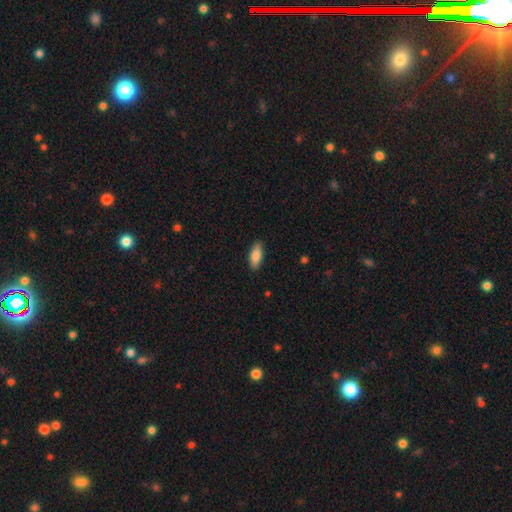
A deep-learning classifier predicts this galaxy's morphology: Overall: smooth (85%). How rounded: in between (83%). Merging: none (88%).